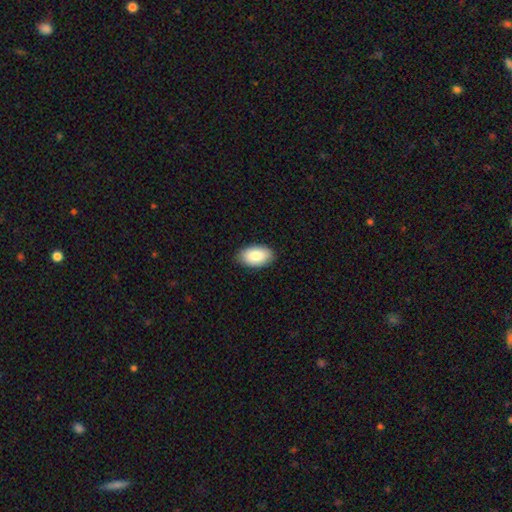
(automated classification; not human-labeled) smooth_or_featured: smooth (p=0.83) [alt: featured or disk p=0.10]
how_rounded: in between (p=0.94) [alt: round p=0.05]
merging: none (p=0.87) [alt: minor disturbance p=0.10]